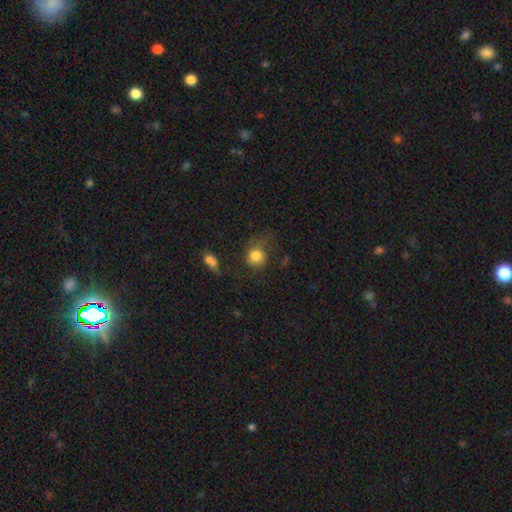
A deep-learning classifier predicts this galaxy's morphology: A smooth galaxy with no disk features (74%) that is round (75%). Merging: none (46%).